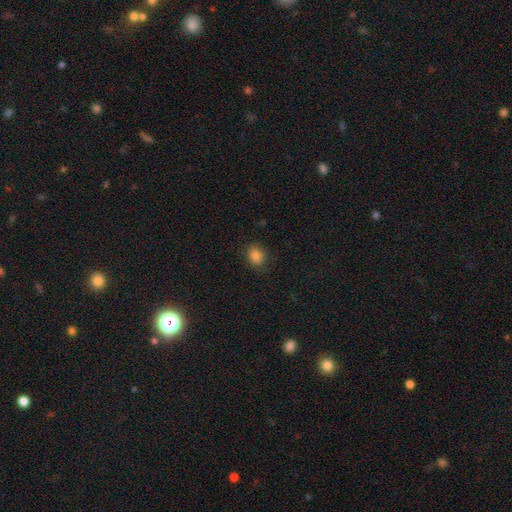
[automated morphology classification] A smooth galaxy with no disk features (83%) that is round (58%).

Vote fractions:
- Smooth or featured? smooth: 83% / star or artifact: 12% / featured or disk: 5%
- How rounded? round: 58% / in between: 41% / cigar-shaped: 1%
- Merging? none: 85% / minor disturbance: 11% / major disturbance: 3% / merger: 1%